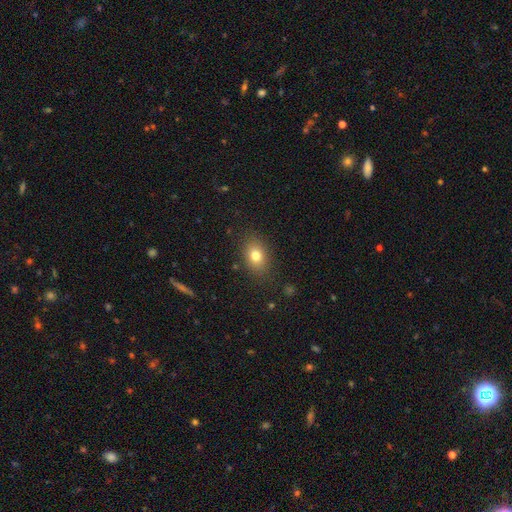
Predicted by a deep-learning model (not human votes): A smooth galaxy with no disk features (78%) that is in between round and cigar-shaped (69%).

Vote fractions:
- Smooth or featured? smooth: 78% / star or artifact: 12% / featured or disk: 11%
- How rounded? in between: 69% / round: 29% / cigar-shaped: 1%
- Merging? none: 84% / minor disturbance: 11% / major disturbance: 3% / merger: 1%